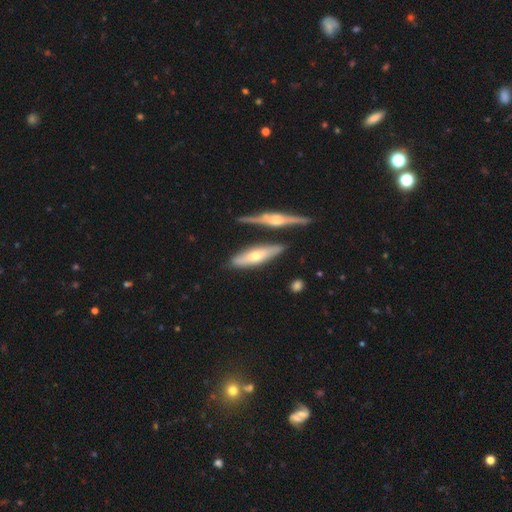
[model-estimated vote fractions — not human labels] Smooth or featured: featured or disk — 49% (smooth — 45%)
Merging: none — 68% (minor disturbance — 16%)